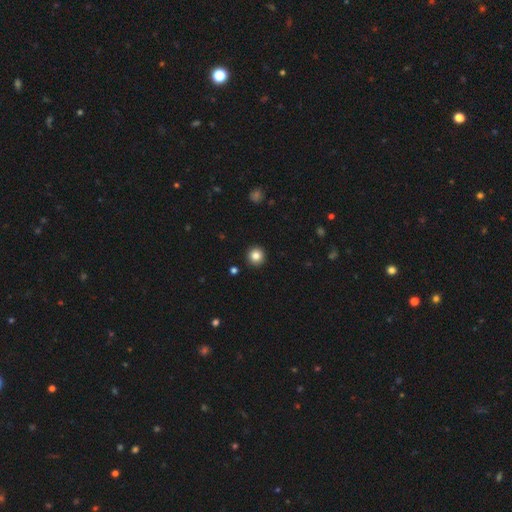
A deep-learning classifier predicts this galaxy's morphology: Overall: smooth (84%). How rounded: round (96%). Merging: none (93%).